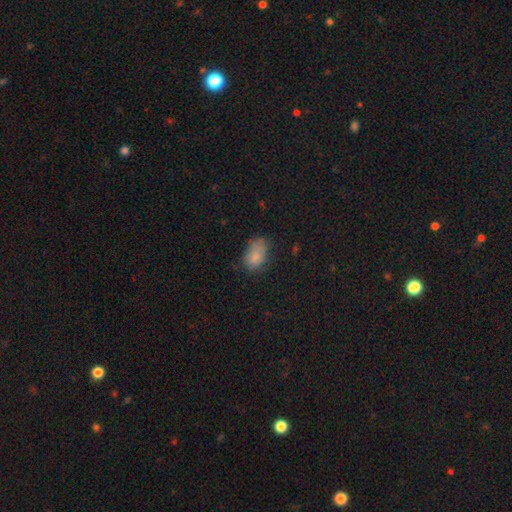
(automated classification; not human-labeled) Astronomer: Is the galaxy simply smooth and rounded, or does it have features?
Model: smooth — 81%.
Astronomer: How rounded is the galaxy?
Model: in between — 85%.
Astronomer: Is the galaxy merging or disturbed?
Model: none — 55% (runner-up: minor disturbance, 31%).